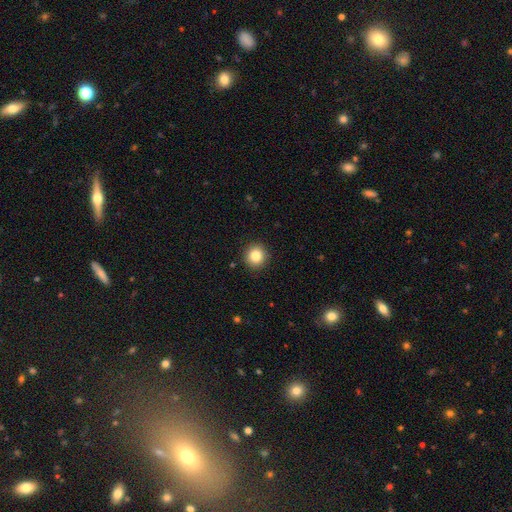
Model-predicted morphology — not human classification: Smooth or featured: smooth — 84% (star or artifact — 10%)
How rounded: round — 92% (in between — 7%)
Merging: none — 92% (minor disturbance — 5%)